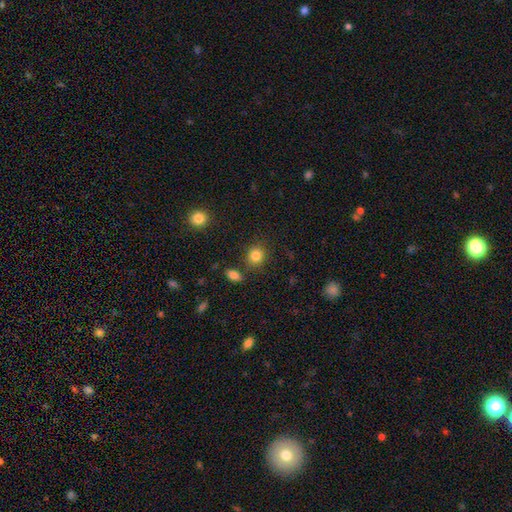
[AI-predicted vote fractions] This is clearly a smooth galaxy (84%). How rounded: likely round (80%). Merging: clearly none (80%).